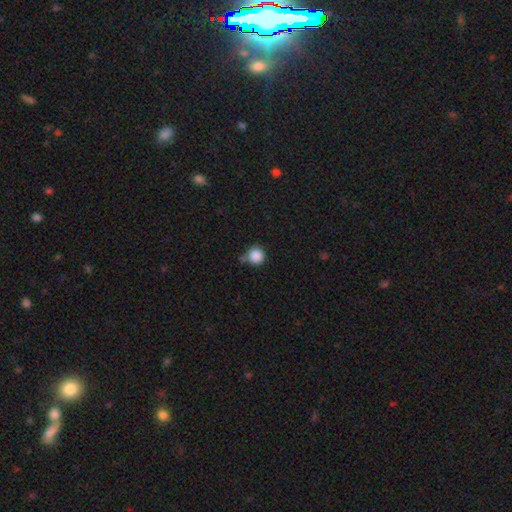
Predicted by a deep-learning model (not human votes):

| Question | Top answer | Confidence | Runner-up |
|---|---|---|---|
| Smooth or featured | smooth | 87% | star or artifact (10%) |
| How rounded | round | 94% | in between (5%) |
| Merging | none | 68% | minor disturbance (17%) |